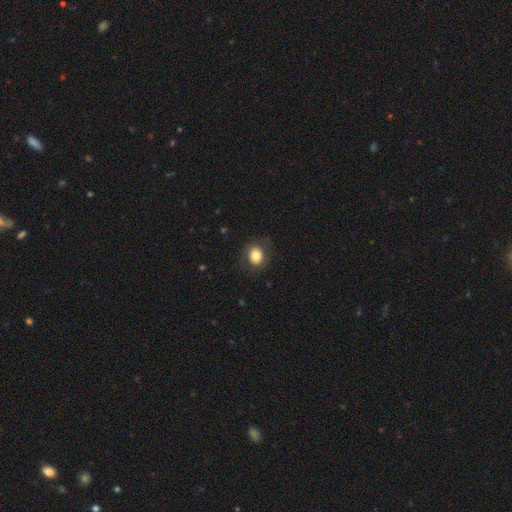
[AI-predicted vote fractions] Smooth or featured? smooth (82%)
How rounded? round (57%)
Merging? none (83%)